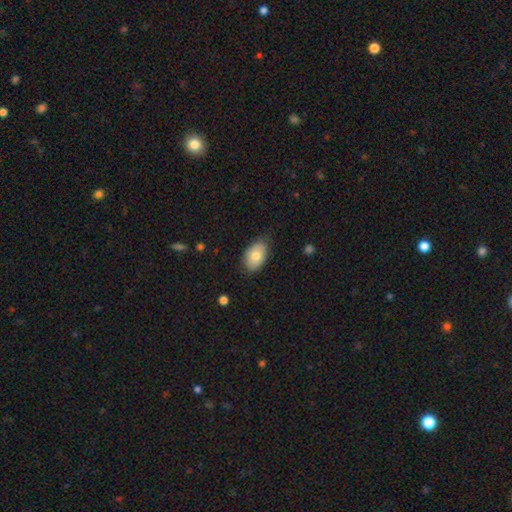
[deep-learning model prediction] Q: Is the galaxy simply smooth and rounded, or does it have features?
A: smooth — 75%.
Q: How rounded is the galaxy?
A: in between — 90%.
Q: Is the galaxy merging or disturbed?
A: none — 76%.